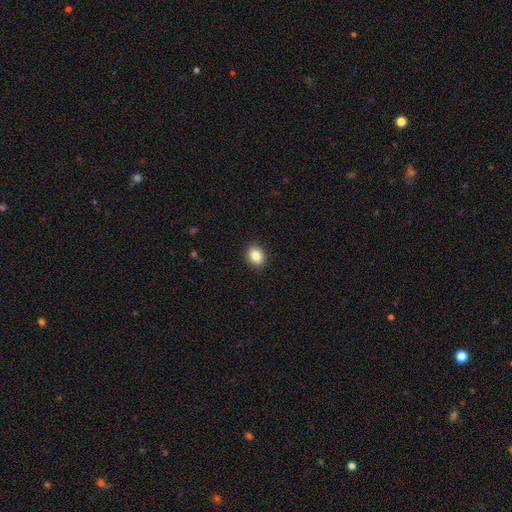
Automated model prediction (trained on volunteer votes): The model was most divided on "how rounded": round: 51%, in between: 48%, cigar-shaped: 1%. More confident: merging — none (91%); smooth or featured — smooth (85%).